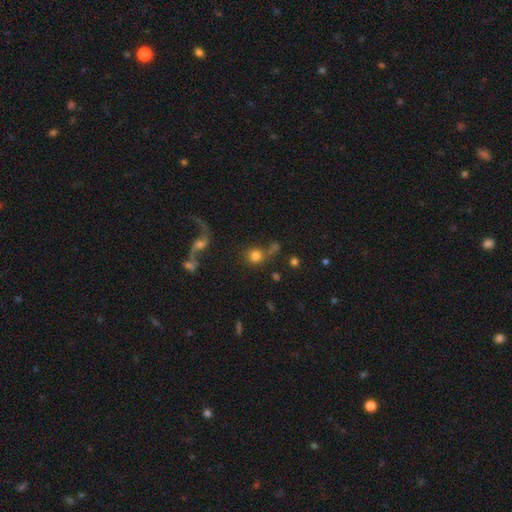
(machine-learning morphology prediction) Smooth or featured? Predicted: smooth (p=0.76). How rounded? Predicted: round (p=0.90). Merging? Predicted: none (p=0.59).